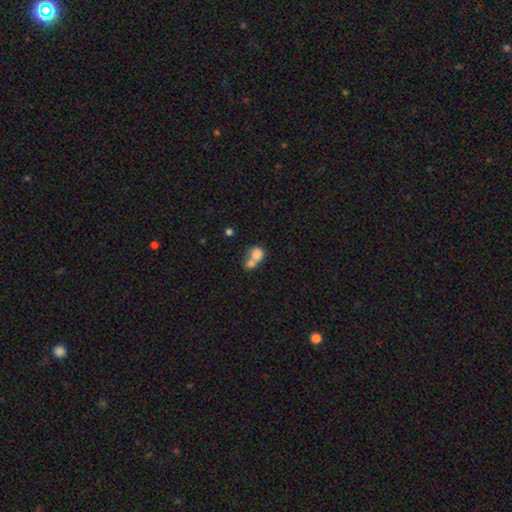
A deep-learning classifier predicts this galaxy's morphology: This is likely a smooth galaxy (78%). How rounded: likely round (66%). Merging: likely merger (67%).